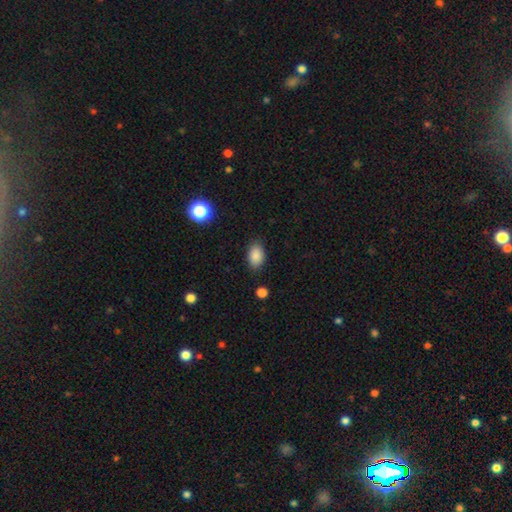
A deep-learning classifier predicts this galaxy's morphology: smooth_or_featured: smooth (p=0.88) [alt: star or artifact p=0.08]
how_rounded: in between (p=0.88) [alt: round p=0.11]
merging: none (p=0.84) [alt: minor disturbance p=0.11]